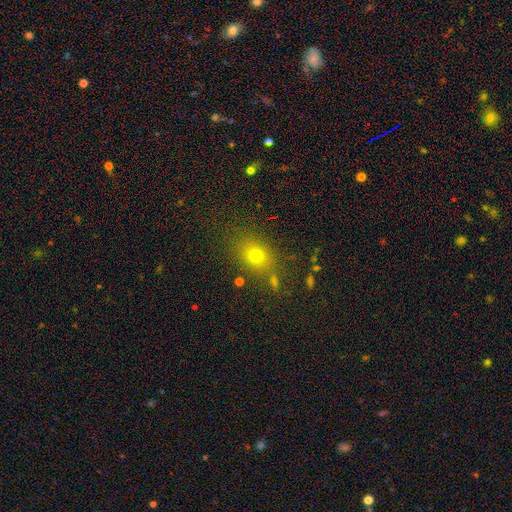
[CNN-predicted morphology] smooth_or_featured: smooth (p=0.58) [alt: star or artifact p=0.32]
how_rounded: round (p=0.60) [alt: in between p=0.37]
merging: none (p=0.78) [alt: minor disturbance p=0.12]